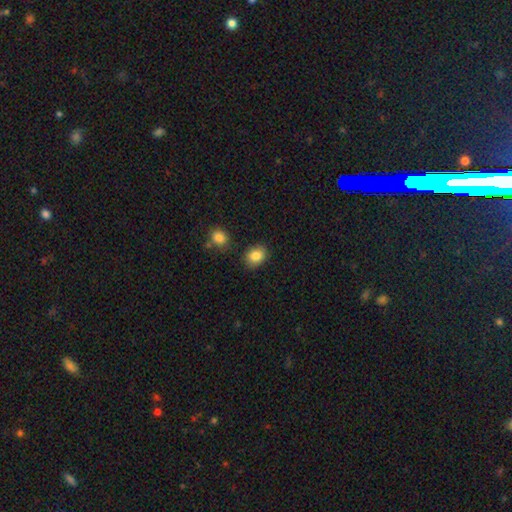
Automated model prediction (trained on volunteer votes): Morphology: type=smooth (85%); roundness=in between (56%); merging=none (81%).